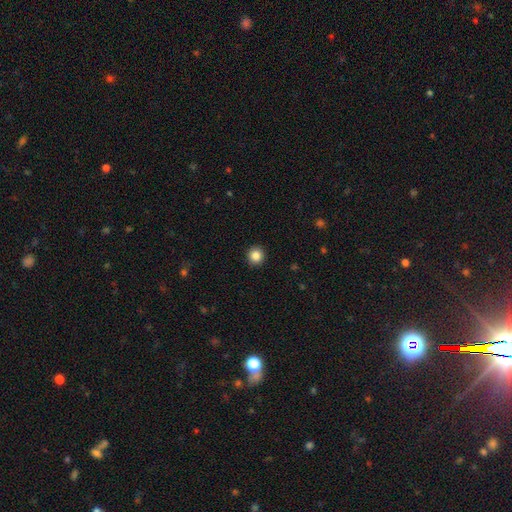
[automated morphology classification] Smooth or featured?
  - smooth: 85% *
  - star or artifact: 10%
  - featured or disk: 5%
How rounded?
  - round: 94% *
  - in between: 5%
  - cigar-shaped: 1%
Merging?
  - none: 93% *
  - minor disturbance: 4%
  - major disturbance: 2%
  - merger: 1%